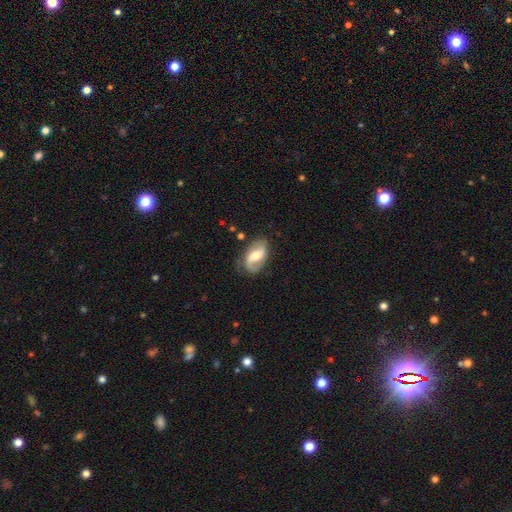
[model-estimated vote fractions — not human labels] Smooth or featured? Predicted: featured or disk (p=0.77). Edge-on disk? Predicted: no (p=0.96). Bar? Predicted: weak (p=0.46). Spiral arms? Predicted: yes (p=0.92). Spiral winding? Predicted: loose (p=0.50). Spiral arm count? Predicted: 2 (p=0.80). Bulge size? Predicted: moderate (p=0.63). Merging? Predicted: none (p=0.73).